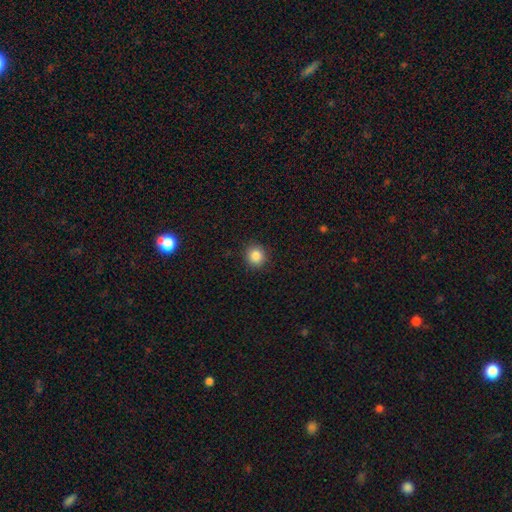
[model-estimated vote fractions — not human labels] This appears to be a smooth galaxy with no disk features (86%) that is round (91%). Merging: none (91%).